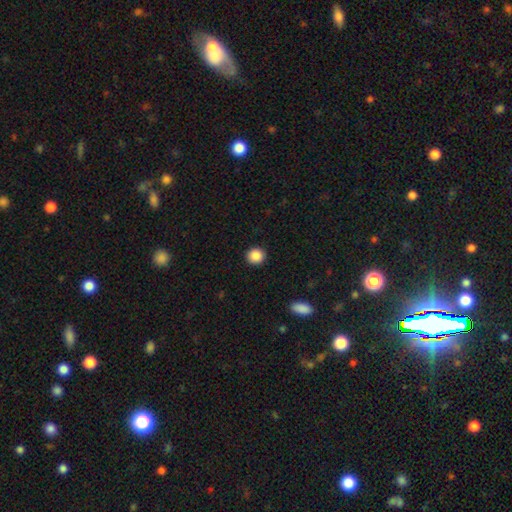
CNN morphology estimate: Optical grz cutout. It shows a smooth galaxy with no disk features (88%) that is round (93%). Merging: none (93%).